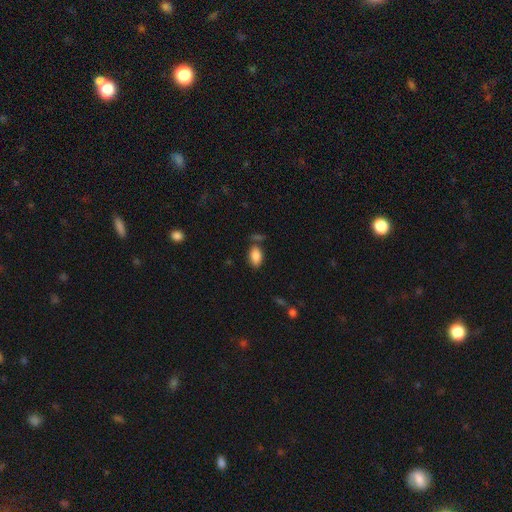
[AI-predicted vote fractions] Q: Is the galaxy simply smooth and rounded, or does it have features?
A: smooth — 86%.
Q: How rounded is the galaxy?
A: in between — 92%.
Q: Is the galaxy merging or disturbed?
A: none — 73%.